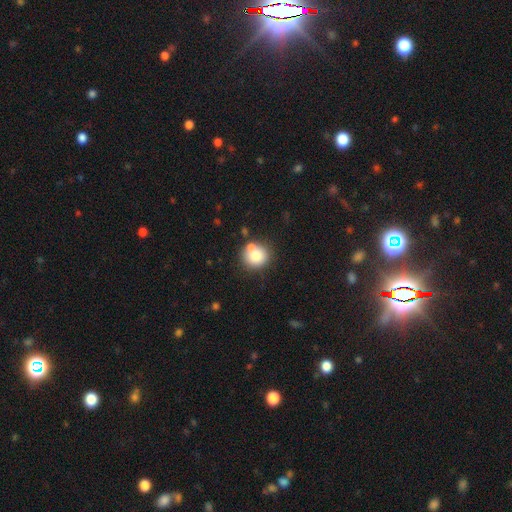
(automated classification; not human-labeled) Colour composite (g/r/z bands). It shows a smooth galaxy with no disk features (76%) that is round (86%). Merging: none (60%).